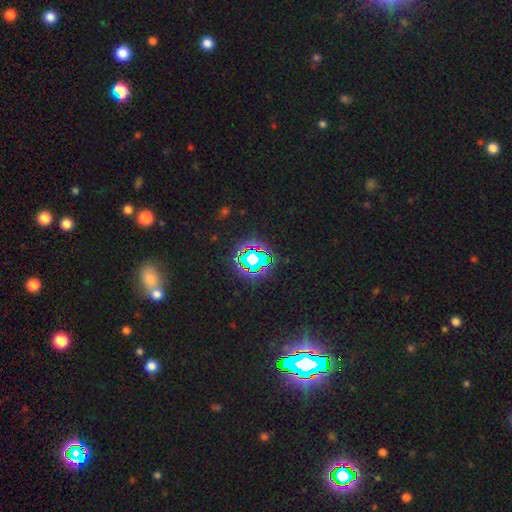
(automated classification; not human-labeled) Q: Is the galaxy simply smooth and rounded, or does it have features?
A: star or artifact — 74%.